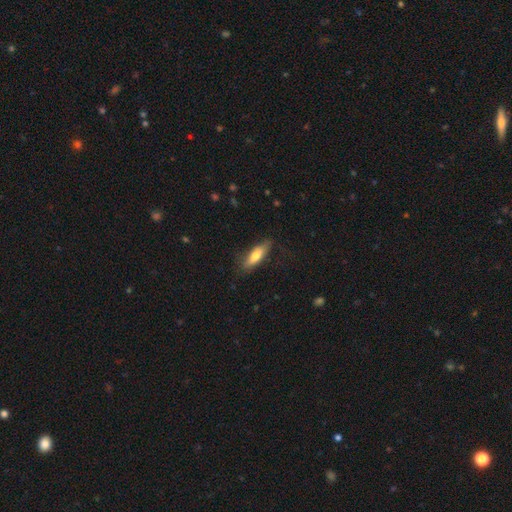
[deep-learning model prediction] A smooth galaxy with no disk features (65%) that is cigar-shaped (54%). Merging: none (76%).